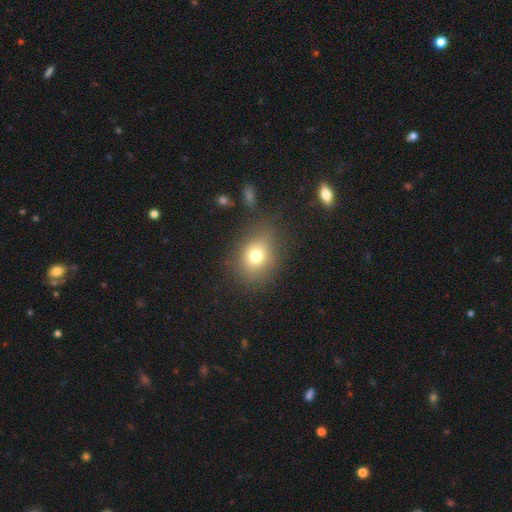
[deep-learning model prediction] Q: Smooth or featured?
A: smooth (74%); runner-up: featured or disk (13%)
Q: How rounded?
A: in between (52%); runner-up: round (47%)
Q: Merging?
A: none (72%); runner-up: minor disturbance (17%)